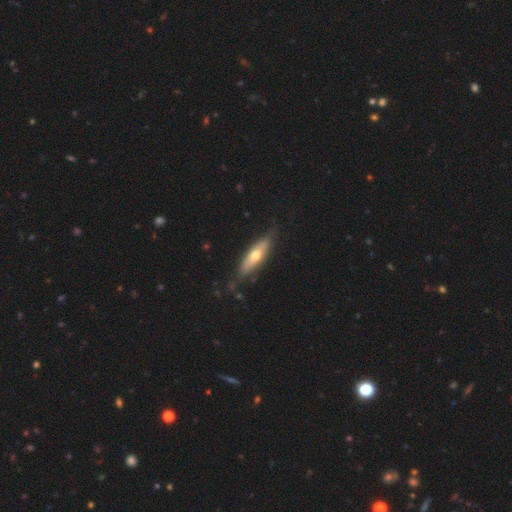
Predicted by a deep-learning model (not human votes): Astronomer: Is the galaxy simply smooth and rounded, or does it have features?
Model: smooth — 50% (runner-up: featured or disk, 44%).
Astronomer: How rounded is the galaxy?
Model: cigar-shaped — 57% (runner-up: in between, 41%).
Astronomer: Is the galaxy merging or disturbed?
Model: none — 75%.